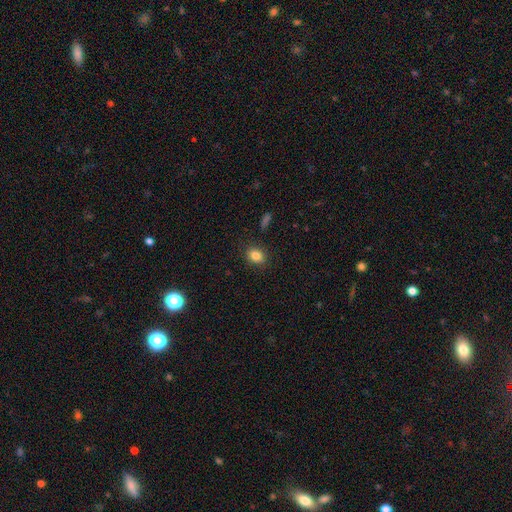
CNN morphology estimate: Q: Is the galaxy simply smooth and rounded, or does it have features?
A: smooth — 84%.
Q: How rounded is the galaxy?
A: in between — 55%.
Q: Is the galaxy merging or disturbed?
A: none — 87%.